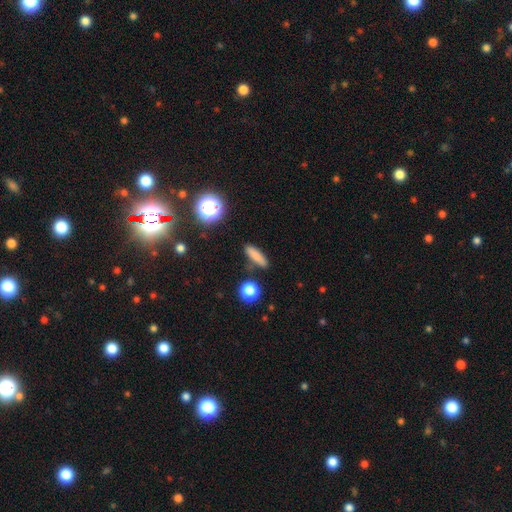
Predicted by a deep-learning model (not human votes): Smooth or featured: smooth — 79% (star or artifact — 11%)
How rounded: cigar-shaped — 66% (in between — 27%)
Merging: none — 85% (minor disturbance — 10%)